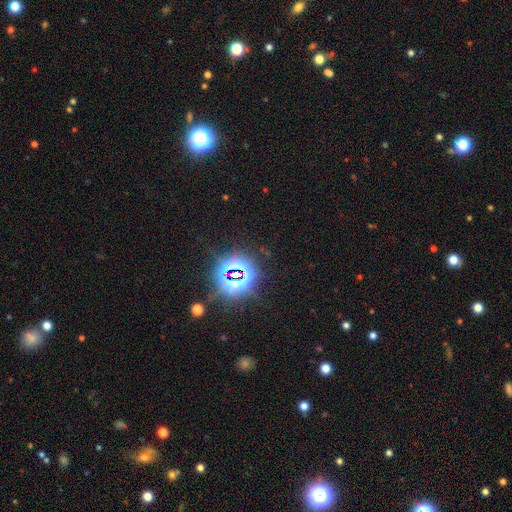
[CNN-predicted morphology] A star or artifact, not a galaxy (83%).